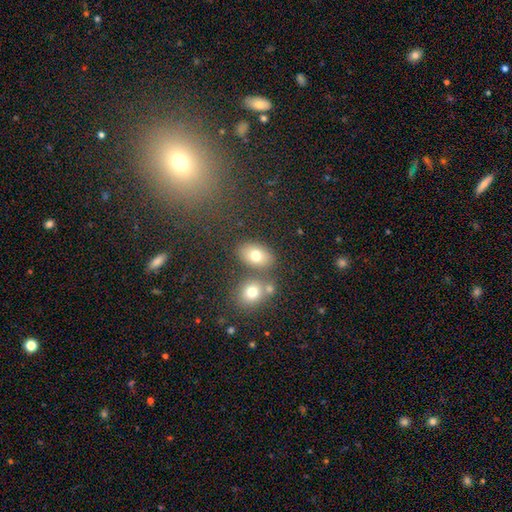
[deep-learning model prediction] Morphology: type=smooth (73%); roundness=in between (72%); merging=none (67%).